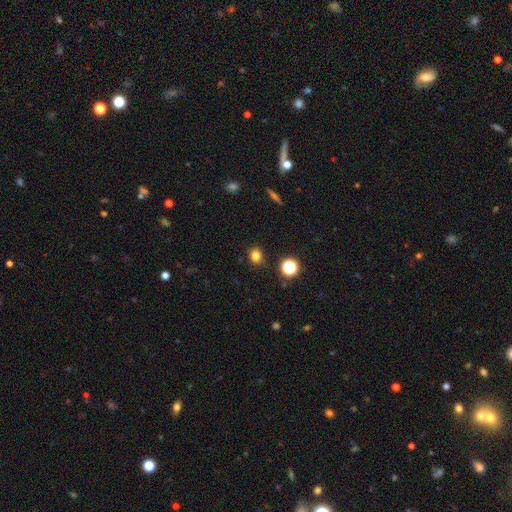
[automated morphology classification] A smooth galaxy with no disk features (79%) that is round (73%). Merging: none (87%).